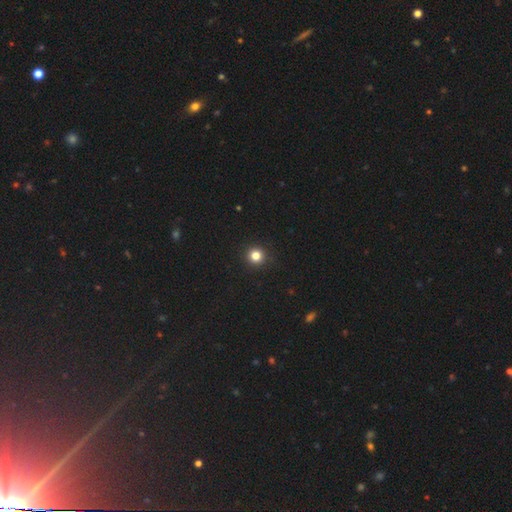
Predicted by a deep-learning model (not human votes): smooth 82%, star or artifact 14%, featured or disk 4%. Down the decision tree: how rounded — round (95%); merging — none (92%).